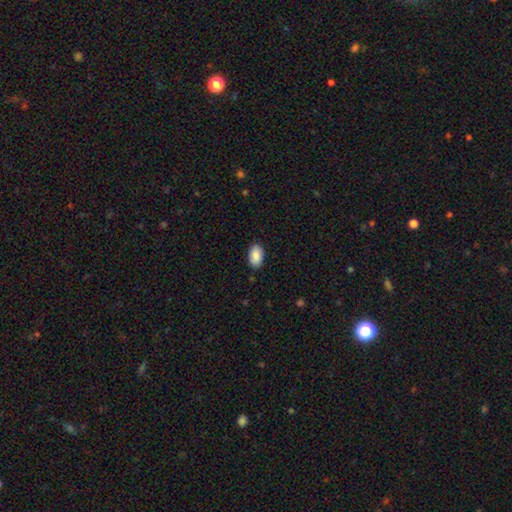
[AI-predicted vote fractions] smooth-or-featured: smooth: 89% | star or artifact: 6% | featured or disk: 4%
  how-rounded: in between: 93% | round: 5% | cigar-shaped: 1%
  merging: none: 88% | minor disturbance: 9% | major disturbance: 2% | merger: 1%